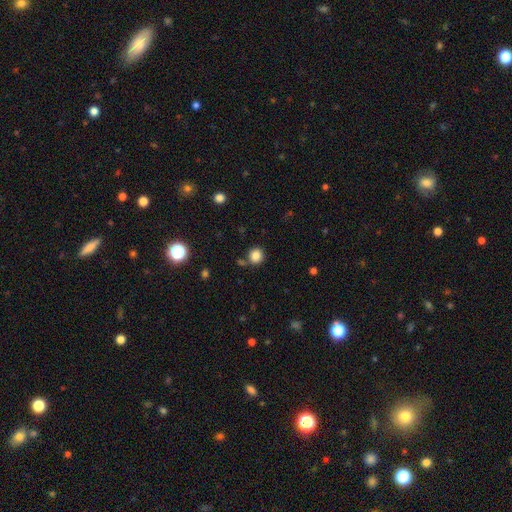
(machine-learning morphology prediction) Smooth or featured? smooth (84%)
How rounded? round (89%)
Merging? none (79%)